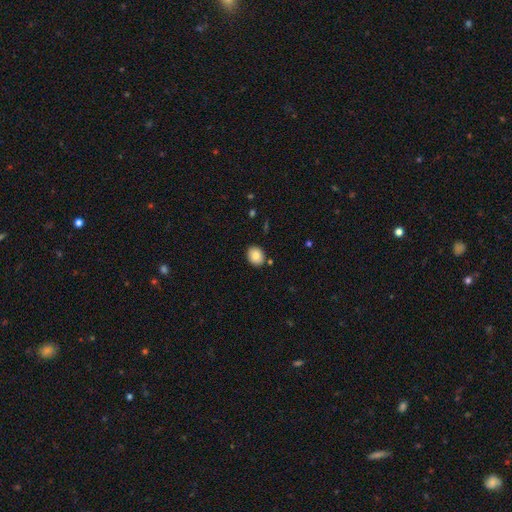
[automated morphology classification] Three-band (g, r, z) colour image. It shows a smooth galaxy with no disk features (82%) that is round (56%). Merging: none (86%).